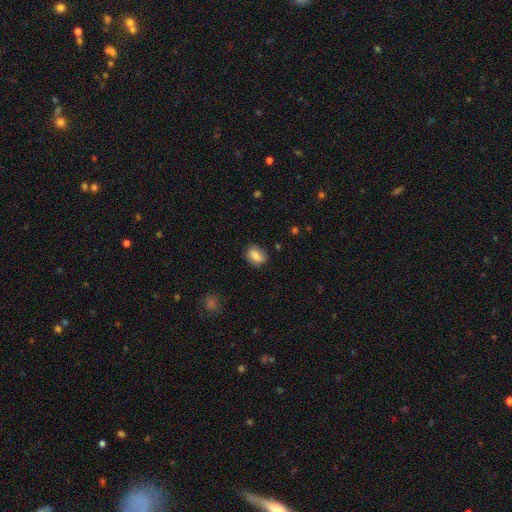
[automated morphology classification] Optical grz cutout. It shows a smooth galaxy with no disk features (74%) that is in between round and cigar-shaped (66%). Merging: none (78%).